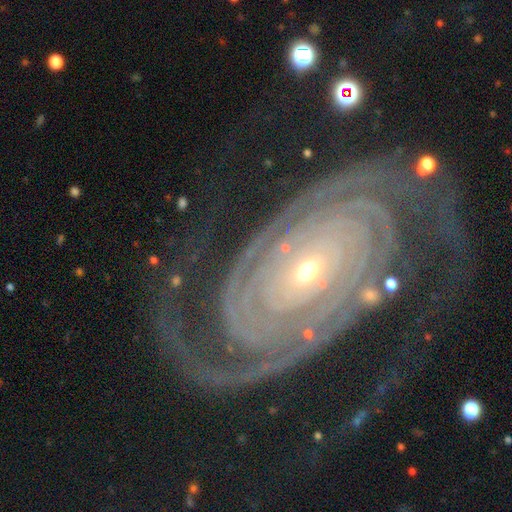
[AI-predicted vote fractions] A featured or disk galaxy (91%) with no bar (73%), 2 (57%) tight (82%) spiral arms (98%) and a small central bulge (69%).

Vote fractions:
- Smooth or featured? featured or disk: 91% / star or artifact: 5% / smooth: 4%
- Edge-on disk? no: 96% / yes: 4%
- Bar? no: 73% / weak: 15% / strong: 12%
- Spiral arms? yes: 98% / no: 2%
- Spiral winding? tight: 82% / medium: 14% / loose: 4%
- Spiral arm count? 2: 57% / can't tell: 12% / 3: 11% / 4: 7% / more than 4: 7% / 1: 6%
- Bulge size? small: 69% / moderate: 27% / large: 2% / dominant: 1% / none: 1%
- Merging? none: 70% / minor disturbance: 15% / major disturbance: 11% / merger: 4%